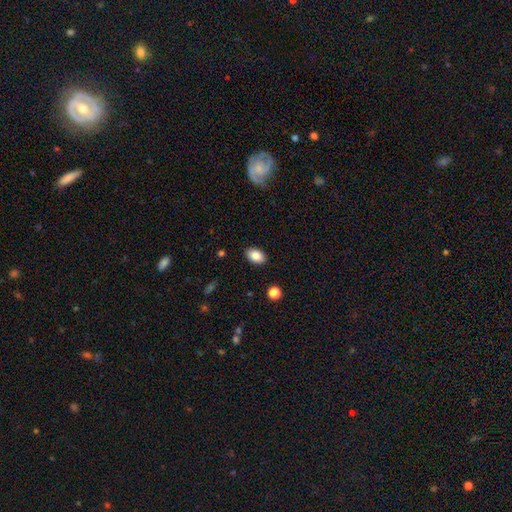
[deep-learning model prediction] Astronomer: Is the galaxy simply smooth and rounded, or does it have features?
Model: smooth — 86%.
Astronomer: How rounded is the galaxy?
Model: in between — 90%.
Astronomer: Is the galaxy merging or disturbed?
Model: none — 89%.